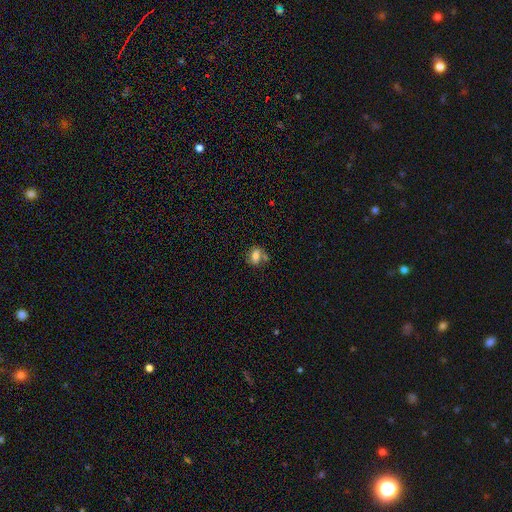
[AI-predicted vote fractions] Smooth or featured: smooth — 74% (featured or disk — 16%)
How rounded: in between — 63% (round — 35%)
Merging: none — 53% (merger — 23%)